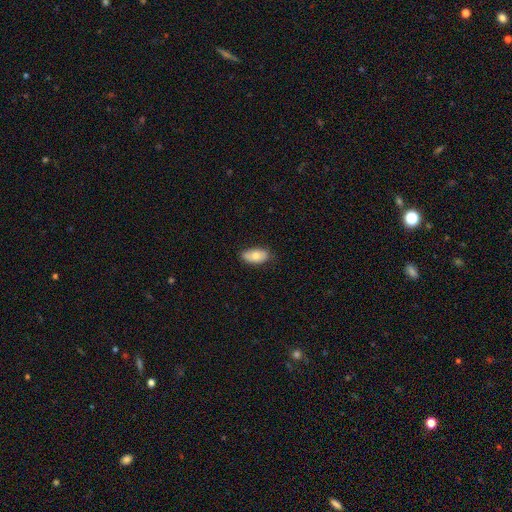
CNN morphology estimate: Smooth or featured? Predicted: smooth (p=0.74). How rounded? Predicted: in between (p=0.93). Merging? Predicted: none (p=0.80).